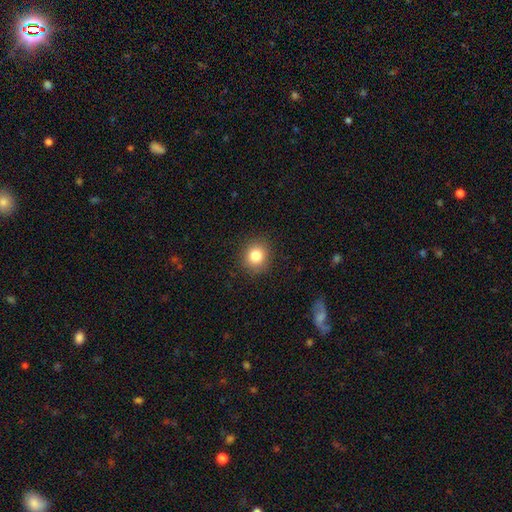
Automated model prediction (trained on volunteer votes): Smooth or featured? smooth (82%)
How rounded? round (85%)
Merging? none (89%)